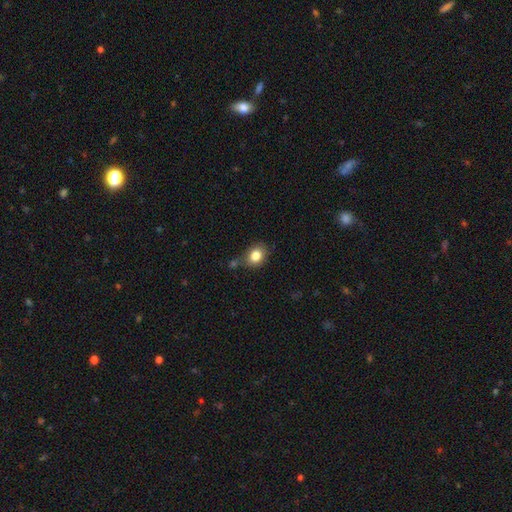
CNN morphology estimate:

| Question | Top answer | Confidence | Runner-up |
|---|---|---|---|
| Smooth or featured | smooth | 83% | star or artifact (9%) |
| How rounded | in between | 53% | round (46%) |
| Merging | none | 68% | minor disturbance (19%) |